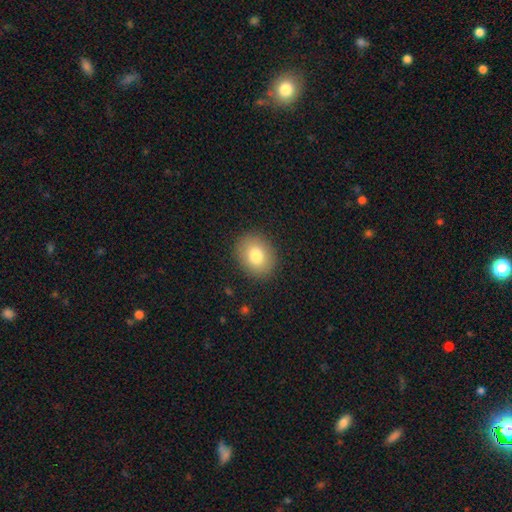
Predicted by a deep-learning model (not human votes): Smooth or featured?
  - smooth: 80% *
  - featured or disk: 11%
  - star or artifact: 9%
How rounded?
  - round: 55% *
  - in between: 44%
  - cigar-shaped: 1%
Merging?
  - none: 89% *
  - minor disturbance: 8%
  - major disturbance: 3%
  - merger: 1%